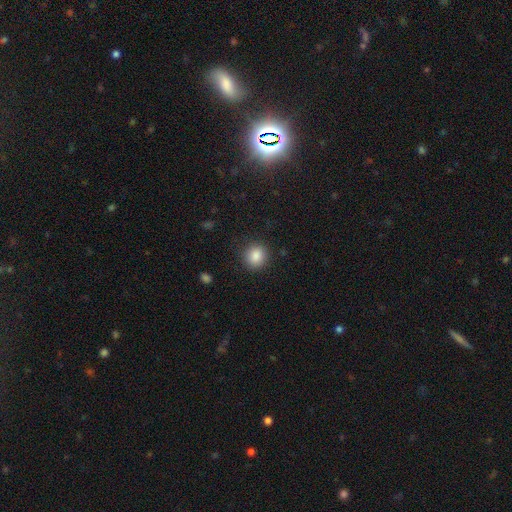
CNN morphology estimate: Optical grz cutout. It shows a smooth galaxy with no disk features (87%) that is round (87%). Merging: none (89%).